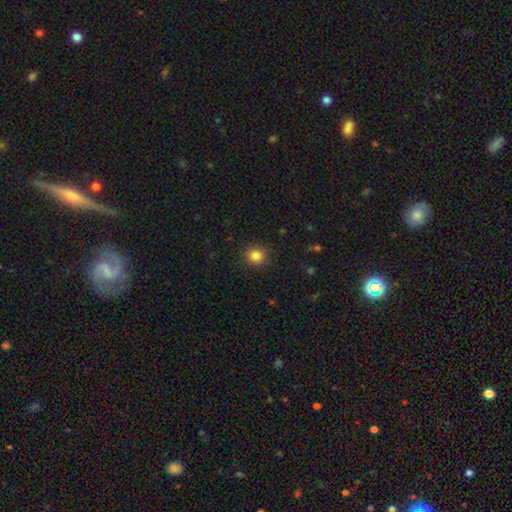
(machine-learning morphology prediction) A smooth galaxy with no disk features (85%) that is round (89%).

Vote fractions:
- Smooth or featured? smooth: 85% / star or artifact: 11% / featured or disk: 4%
- How rounded? round: 89% / in between: 10% / cigar-shaped: 1%
- Merging? none: 90% / minor disturbance: 6% / major disturbance: 2% / merger: 1%